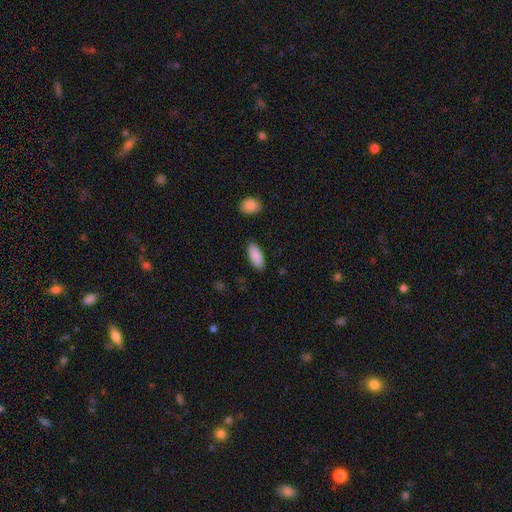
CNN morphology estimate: A smooth galaxy with no disk features (90%) that is in between round and cigar-shaped (84%). Merging: none (88%).